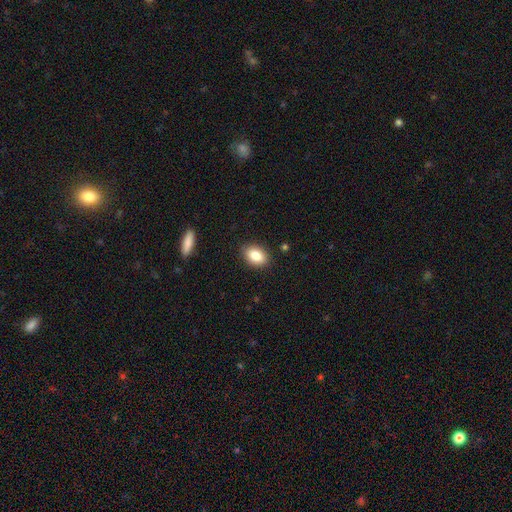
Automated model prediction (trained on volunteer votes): smooth-or-featured: smooth: 86% | star or artifact: 8% | featured or disk: 6%
  how-rounded: in between: 85% | round: 13% | cigar-shaped: 2%
  merging: none: 87% | minor disturbance: 10% | major disturbance: 2% | merger: 1%